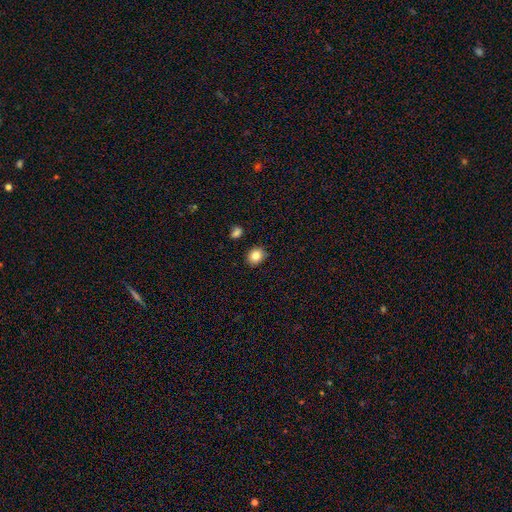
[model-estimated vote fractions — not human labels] smooth-or-featured: smooth: 84% | star or artifact: 9% | featured or disk: 7%
  how-rounded: round: 63% | in between: 37% | cigar-shaped: 1%
  merging: none: 87% | minor disturbance: 9% | merger: 2% | major disturbance: 2%